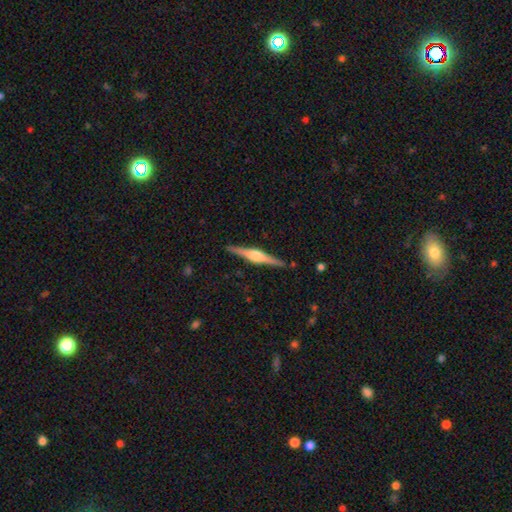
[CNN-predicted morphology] Smooth or featured? Predicted: featured or disk (p=0.82). Edge-on disk? Predicted: yes (p=0.99). Edge-on bulge? Predicted: rounded (p=0.83). Merging? Predicted: none (p=0.91).